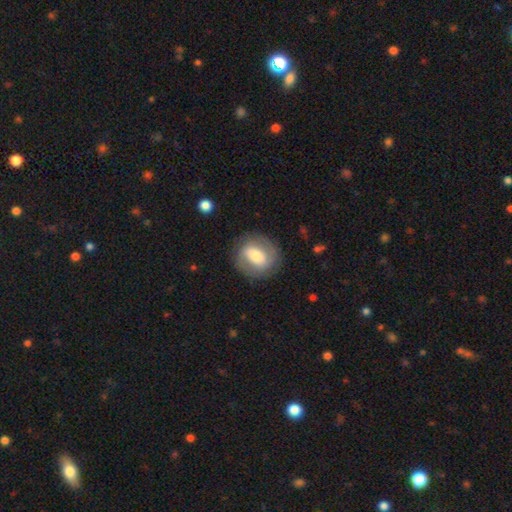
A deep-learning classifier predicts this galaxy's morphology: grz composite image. It shows a featured or disk galaxy (47%). Merging: none (81%).